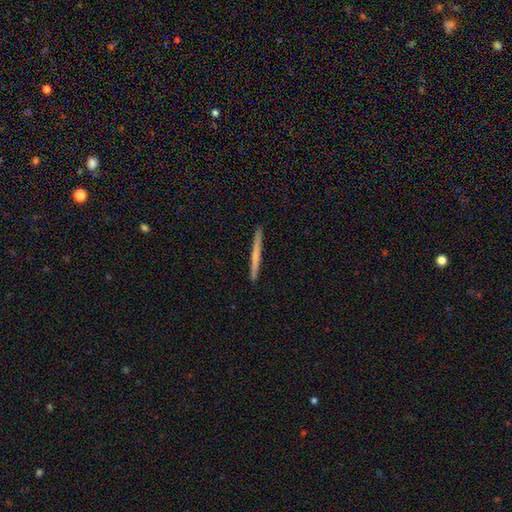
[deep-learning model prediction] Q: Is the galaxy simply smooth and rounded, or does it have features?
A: smooth — 53%.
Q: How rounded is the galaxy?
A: cigar-shaped — 97%.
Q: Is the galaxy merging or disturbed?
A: none — 93%.